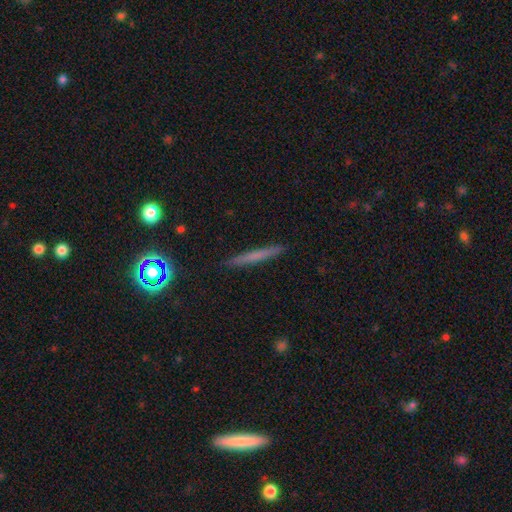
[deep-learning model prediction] Smooth or featured?
  - smooth: 56% *
  - featured or disk: 34%
  - star or artifact: 11%
How rounded?
  - cigar-shaped: 95% *
  - in between: 3%
  - round: 2%
Merging?
  - none: 91% *
  - minor disturbance: 6%
  - major disturbance: 2%
  - merger: 1%